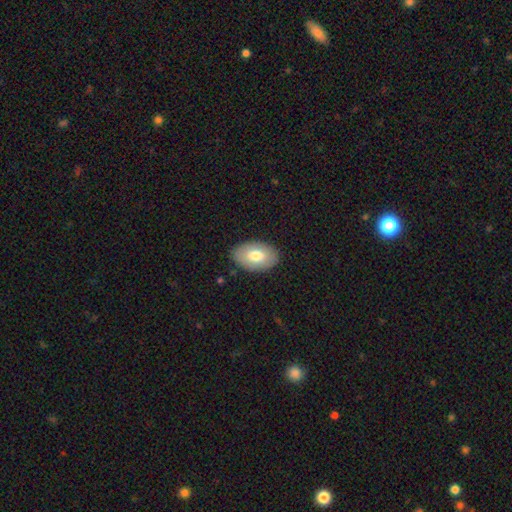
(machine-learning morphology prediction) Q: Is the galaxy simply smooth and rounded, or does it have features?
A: smooth — 74%.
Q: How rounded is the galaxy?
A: in between — 92%.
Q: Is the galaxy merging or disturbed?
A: none — 87%.